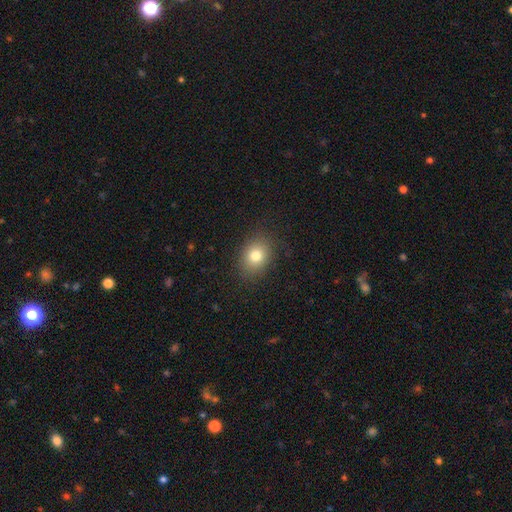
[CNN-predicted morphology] smooth 78%, star or artifact 12%, featured or disk 10%. Down the decision tree: how rounded — in between (52%); merging — none (87%).